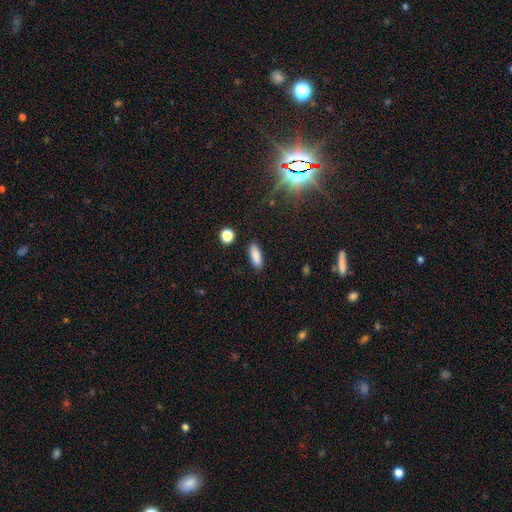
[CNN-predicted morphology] type=smooth (86%); roundness=in between (63%); merging=none (87%).